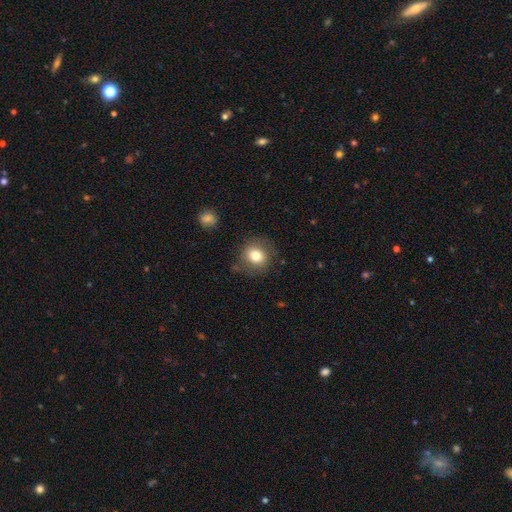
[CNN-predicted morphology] smooth_or_featured: smooth (p=0.79) [alt: featured or disk p=0.11]
how_rounded: round (p=0.82) [alt: in between p=0.17]
merging: none (p=0.80) [alt: minor disturbance p=0.13]